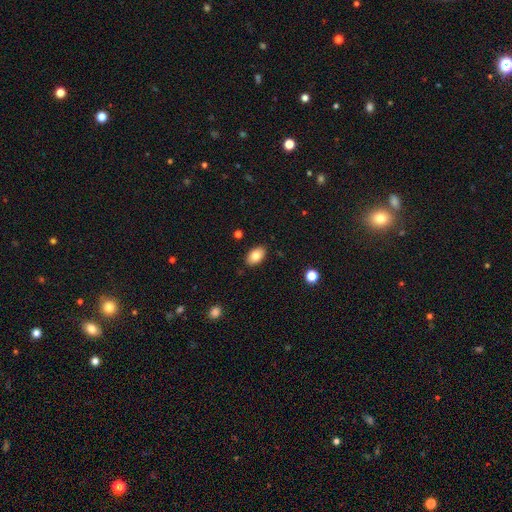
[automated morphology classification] This appears to be a smooth galaxy with no disk features (81%) that is in between round and cigar-shaped (91%). Merging: none (88%).